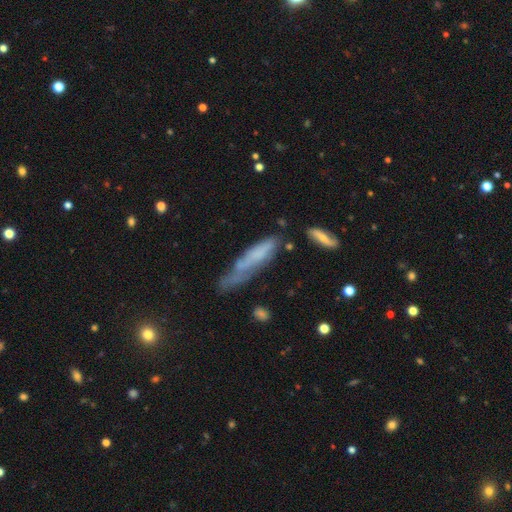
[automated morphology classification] A smooth galaxy with no disk features (53%) that is cigar-shaped (80%). Merging: none (37%).